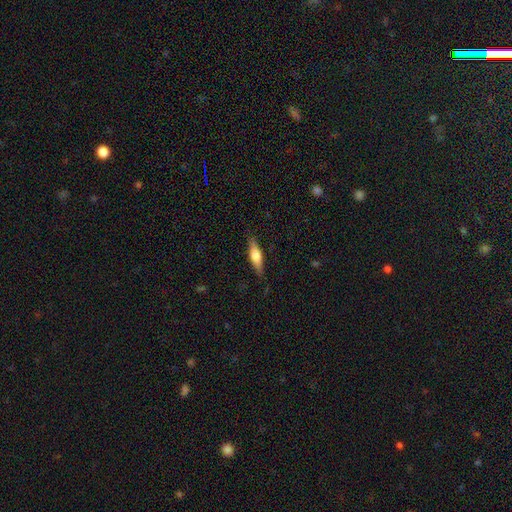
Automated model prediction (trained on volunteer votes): smooth_or_featured: smooth (p=0.48) [alt: featured or disk p=0.45]
merging: none (p=0.85) [alt: minor disturbance p=0.11]